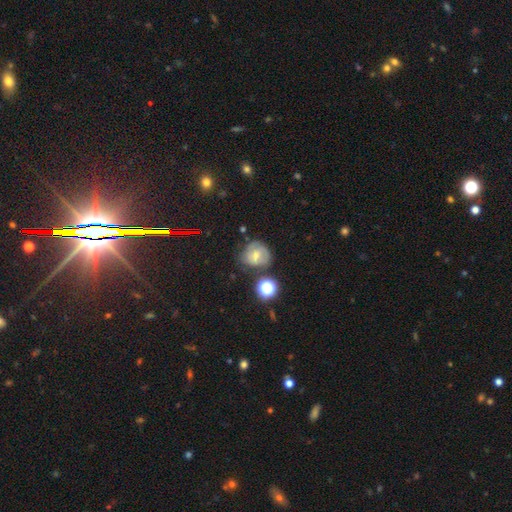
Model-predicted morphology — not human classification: The model was most divided on "smooth or featured": featured or disk: 44%, smooth: 31%, star or artifact: 25%. More confident: merging — none (72%).